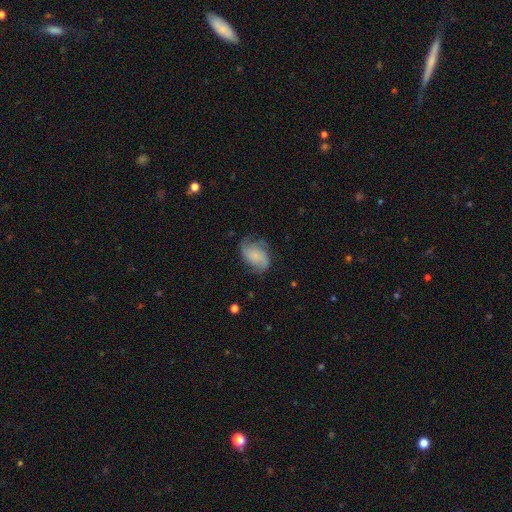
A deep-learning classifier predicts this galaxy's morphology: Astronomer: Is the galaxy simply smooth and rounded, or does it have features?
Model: featured or disk — 55% (runner-up: smooth, 36%).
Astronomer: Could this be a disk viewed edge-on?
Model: no — 98%.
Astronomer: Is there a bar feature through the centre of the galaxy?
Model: no — 72%.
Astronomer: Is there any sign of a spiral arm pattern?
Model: yes — 90%.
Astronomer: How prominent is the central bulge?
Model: none — 43% (runner-up: small, 34%).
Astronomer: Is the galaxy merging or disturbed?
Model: none — 57%.